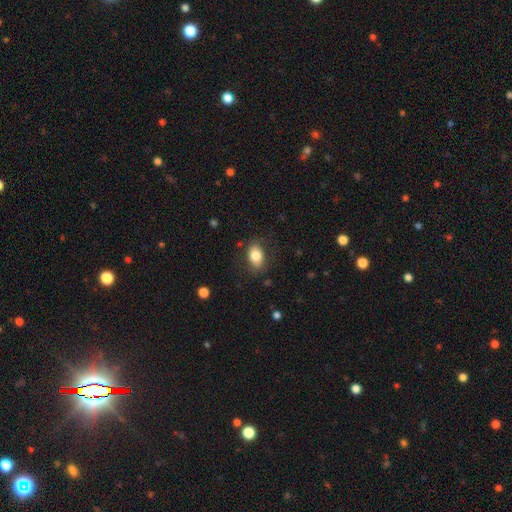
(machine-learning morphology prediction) Smooth or featured? smooth (81%)
How rounded? in between (86%)
Merging? none (80%)